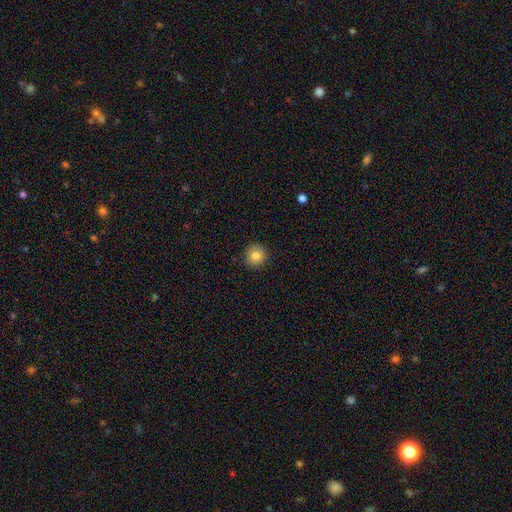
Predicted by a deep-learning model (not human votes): smooth-or-featured: smooth: 83% | star or artifact: 9% | featured or disk: 8%
  how-rounded: round: 93% | in between: 6% | cigar-shaped: 1%
  merging: none: 91% | minor disturbance: 6% | major disturbance: 2% | merger: 1%